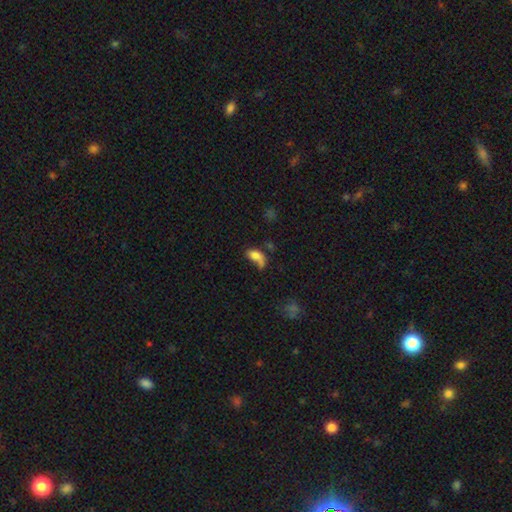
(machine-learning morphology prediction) Smooth or featured? smooth (70%)
How rounded? in between (85%)
Merging? major disturbance (31%)